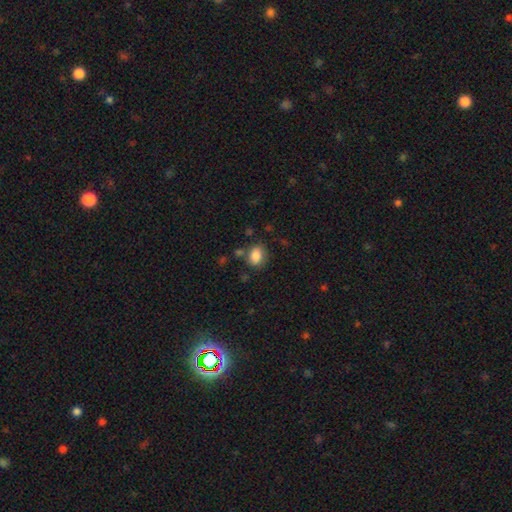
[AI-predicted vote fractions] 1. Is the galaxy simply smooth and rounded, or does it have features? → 86% smooth, 9% star or artifact, 5% featured or disk.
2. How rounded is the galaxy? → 69% in between, 30% round, 1% cigar-shaped.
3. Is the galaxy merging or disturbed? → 74% none, 14% minor disturbance, 7% merger, 5% major disturbance.